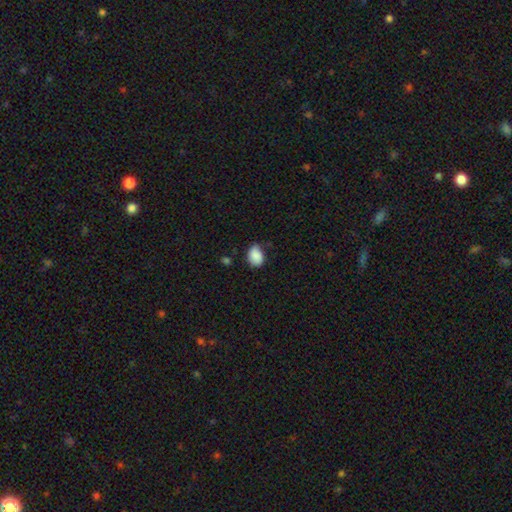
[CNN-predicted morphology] The model was most divided on "merging": none: 58%, minor disturbance: 33%, major disturbance: 6%, merger: 3%. More confident: smooth or featured — smooth (87%); how rounded — in between (68%).